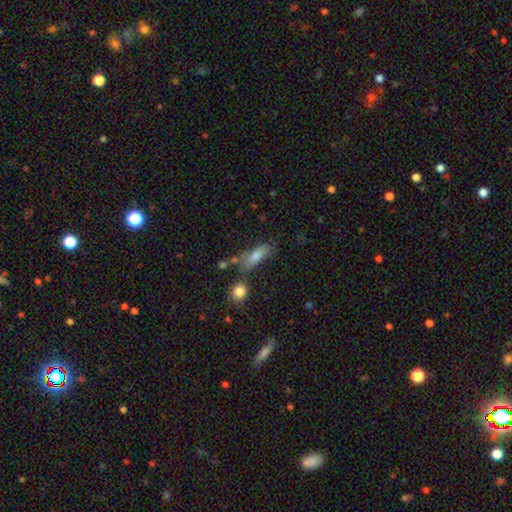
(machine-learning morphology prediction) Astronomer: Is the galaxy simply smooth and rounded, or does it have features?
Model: smooth — 69%.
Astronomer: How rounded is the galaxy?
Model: in between — 61%.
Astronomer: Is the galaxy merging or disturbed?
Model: none — 57%.